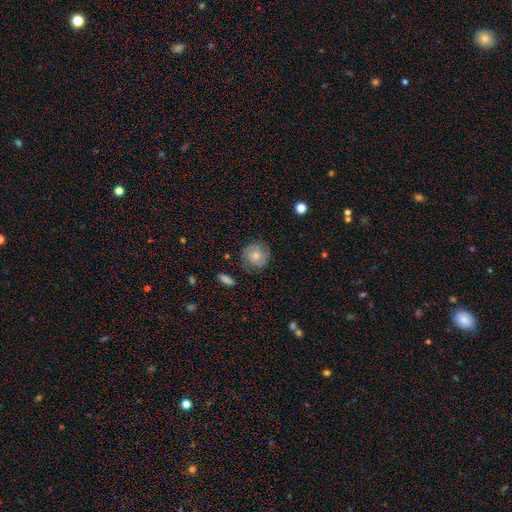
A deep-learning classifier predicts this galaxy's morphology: This appears to be a smooth galaxy with no disk features (49%). Merging: none (76%).